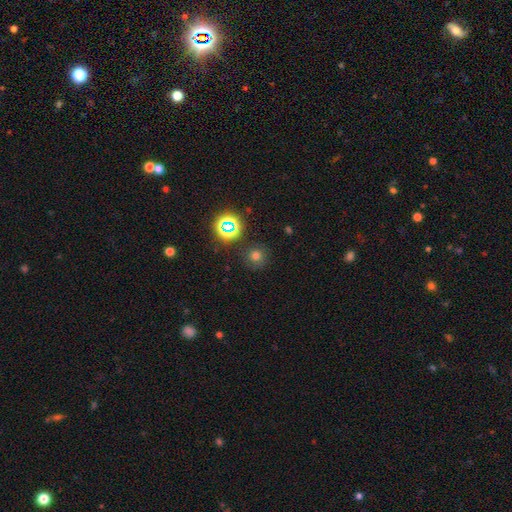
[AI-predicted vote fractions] Smooth or featured? Predicted: smooth (p=0.69). How rounded? Predicted: round (p=0.93). Merging? Predicted: none (p=0.86).